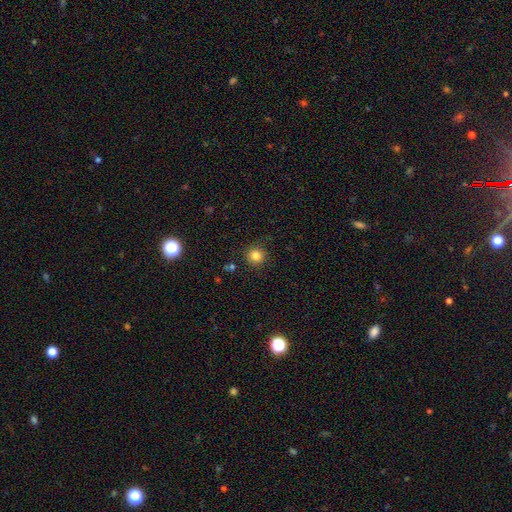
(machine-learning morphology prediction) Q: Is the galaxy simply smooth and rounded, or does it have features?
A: smooth — 82%.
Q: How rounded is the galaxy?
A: round — 92%.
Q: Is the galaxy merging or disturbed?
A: none — 89%.